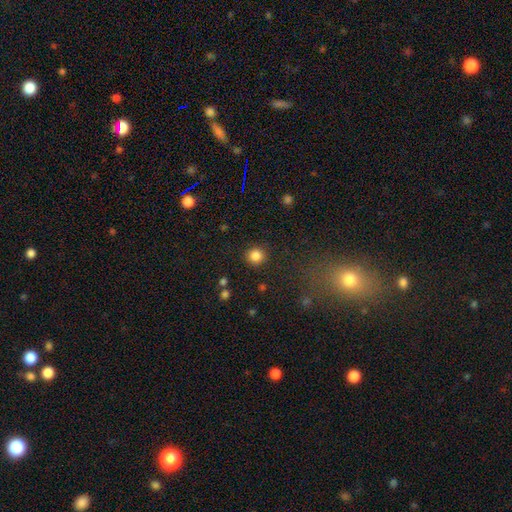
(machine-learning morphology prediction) Smooth or featured?
  - smooth: 85% *
  - star or artifact: 11%
  - featured or disk: 4%
How rounded?
  - round: 93% *
  - in between: 6%
  - cigar-shaped: 1%
Merging?
  - none: 91% *
  - minor disturbance: 6%
  - major disturbance: 2%
  - merger: 1%